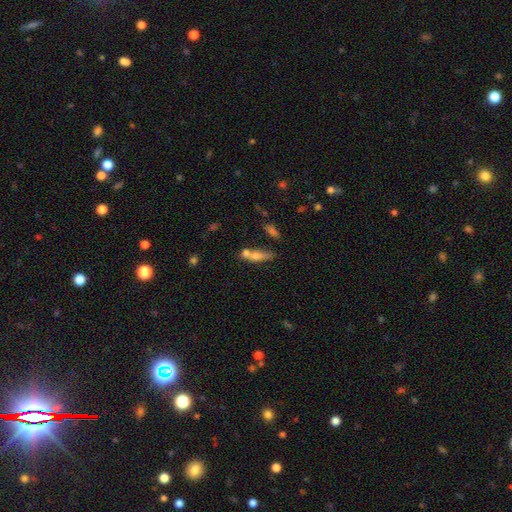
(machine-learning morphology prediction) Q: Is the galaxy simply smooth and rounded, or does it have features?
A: smooth — 62%.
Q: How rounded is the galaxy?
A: cigar-shaped — 66%.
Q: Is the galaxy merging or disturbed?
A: none — 45%.